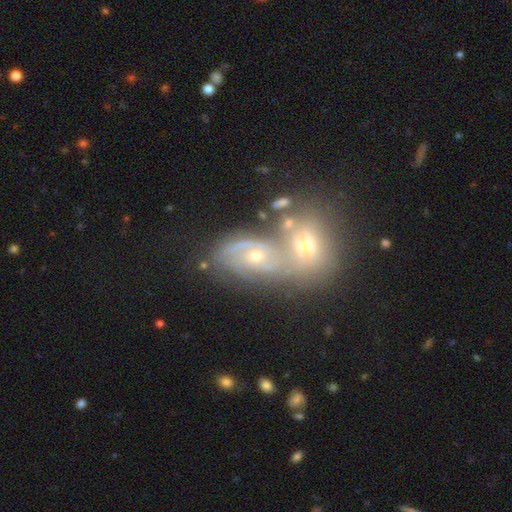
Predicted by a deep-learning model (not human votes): Q: Smooth or featured?
A: featured or disk (71%); runner-up: smooth (18%)
Q: Edge-on disk?
A: no (96%); runner-up: yes (4%)
Q: Bar?
A: no (69%); runner-up: weak (25%)
Q: Spiral arms?
A: yes (88%); runner-up: no (12%)
Q: Spiral winding?
A: medium (43%); runner-up: tight (40%)
Q: Spiral arm count?
A: 2 (57%); runner-up: can't tell (22%)
Q: Bulge size?
A: small (56%); runner-up: moderate (39%)
Q: Merging?
A: merger (59%); runner-up: none (25%)